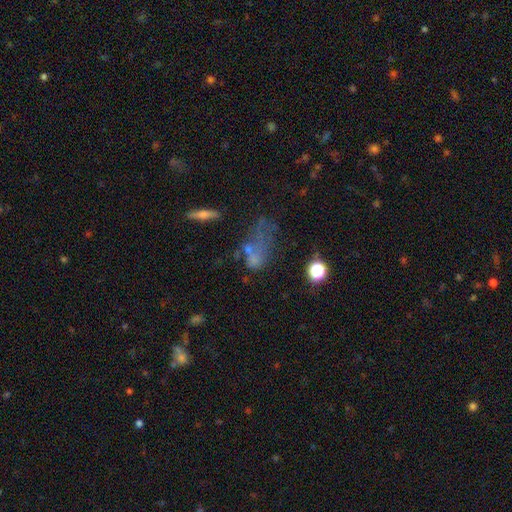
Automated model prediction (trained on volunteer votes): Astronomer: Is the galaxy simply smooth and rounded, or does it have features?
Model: smooth — 46% (runner-up: featured or disk, 32%).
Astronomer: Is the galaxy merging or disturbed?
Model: major disturbance — 35% (runner-up: none, 28%).